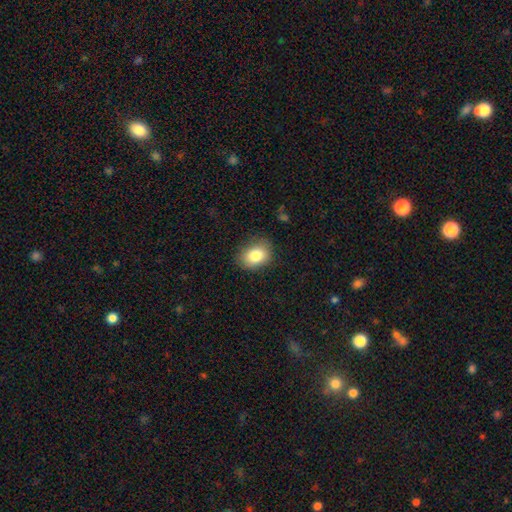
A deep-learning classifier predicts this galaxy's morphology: Overall: smooth (82%). How rounded: in between (65%; round 34%). Merging: none (82%).